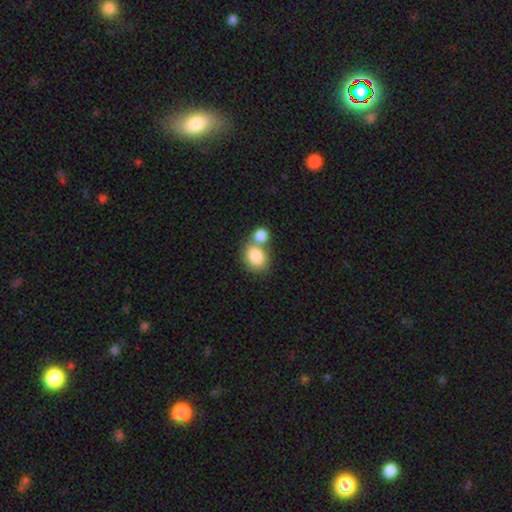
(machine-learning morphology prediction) A smooth galaxy with no disk features (83%) that is round (51%).

Vote fractions:
- Smooth or featured? smooth: 83% / featured or disk: 9% / star or artifact: 8%
- How rounded? round: 51% / in between: 48% / cigar-shaped: 1%
- Merging? merger: 50% / none: 38% / minor disturbance: 9% / major disturbance: 3%